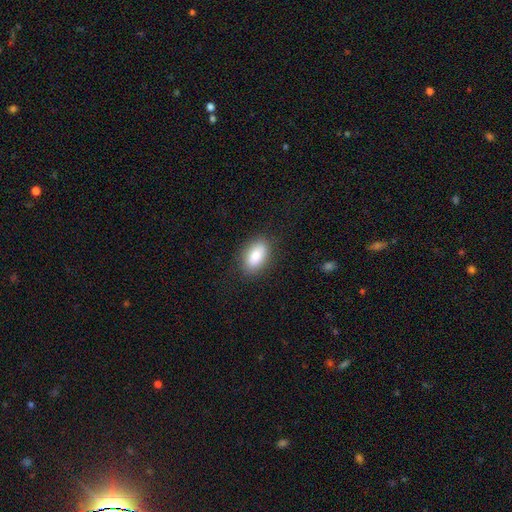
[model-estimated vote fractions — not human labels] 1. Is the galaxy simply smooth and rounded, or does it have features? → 81% smooth, 11% featured or disk, 7% star or artifact.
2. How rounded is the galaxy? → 90% in between, 8% round, 3% cigar-shaped.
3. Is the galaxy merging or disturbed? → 85% none, 11% minor disturbance, 3% major disturbance, 1% merger.